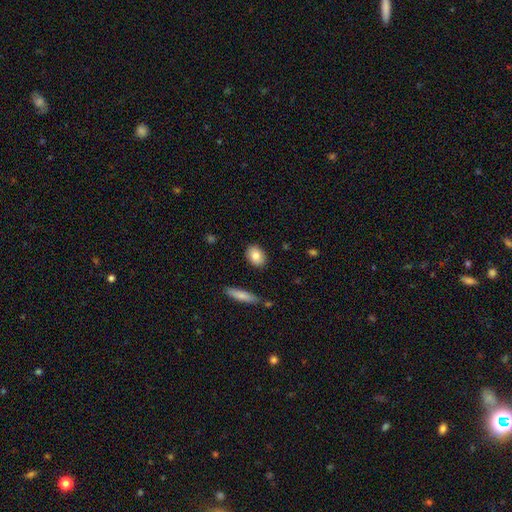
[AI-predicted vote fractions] Overall: smooth (82%). How rounded: in between (72%). Merging: none (87%).